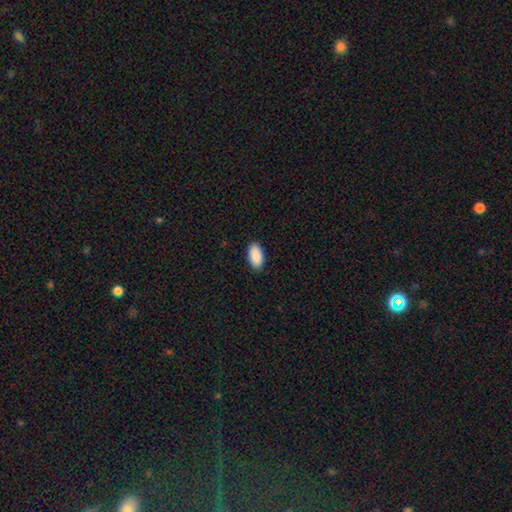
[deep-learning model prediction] The model was most divided on "merging": none: 89%, minor disturbance: 8%, major disturbance: 2%, merger: 1%. More confident: how rounded — in between (95%); smooth or featured — smooth (91%).